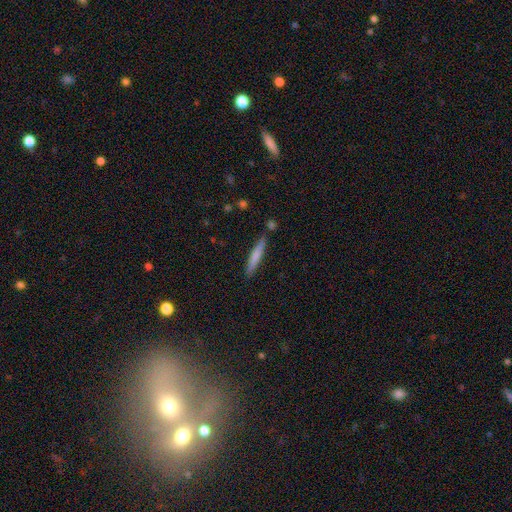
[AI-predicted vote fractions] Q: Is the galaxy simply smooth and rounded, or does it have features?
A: smooth — 70%.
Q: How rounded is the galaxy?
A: cigar-shaped — 94%.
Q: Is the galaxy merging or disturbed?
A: none — 85%.